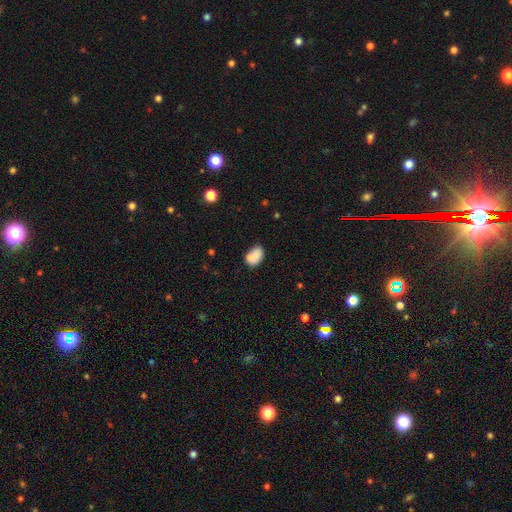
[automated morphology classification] This appears to be a smooth galaxy with no disk features (79%) that is in between round and cigar-shaped (83%). Merging: none (49%).